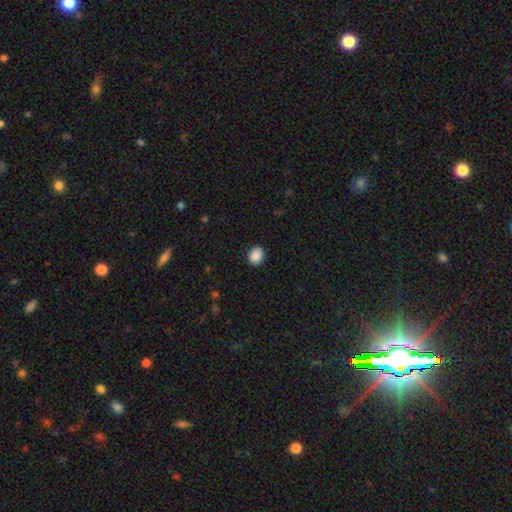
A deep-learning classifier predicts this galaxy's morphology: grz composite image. It shows a smooth galaxy with no disk features (89%) that is round (65%). Merging: none (90%).